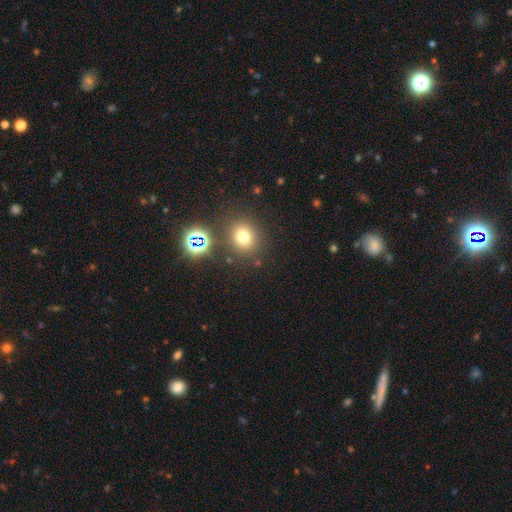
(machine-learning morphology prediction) Q: Smooth or featured?
A: smooth (56%); runner-up: star or artifact (37%)
Q: How rounded?
A: round (87%); runner-up: in between (12%)
Q: Merging?
A: none (81%); runner-up: merger (9%)